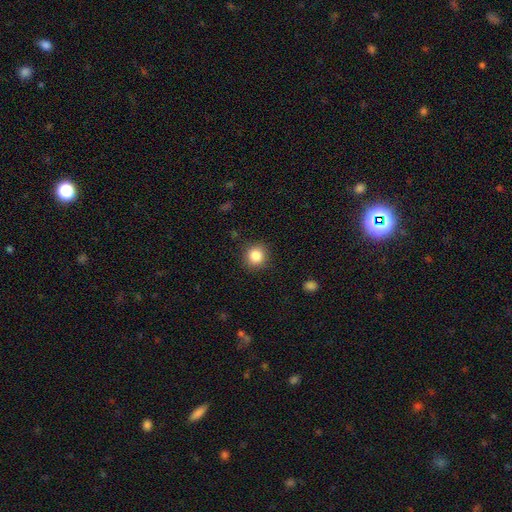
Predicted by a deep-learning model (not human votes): Morphology: type=smooth (85%); roundness=round (88%); merging=none (89%).